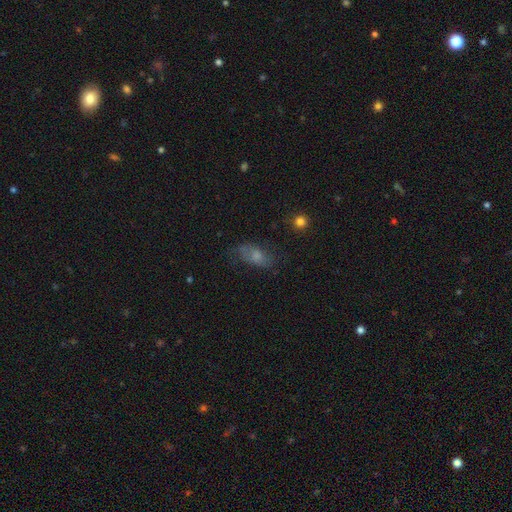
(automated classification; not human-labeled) Smooth or featured: smooth — 55% (featured or disk — 31%)
How rounded: in between — 83% (cigar-shaped — 10%)
Merging: none — 55% (minor disturbance — 26%)